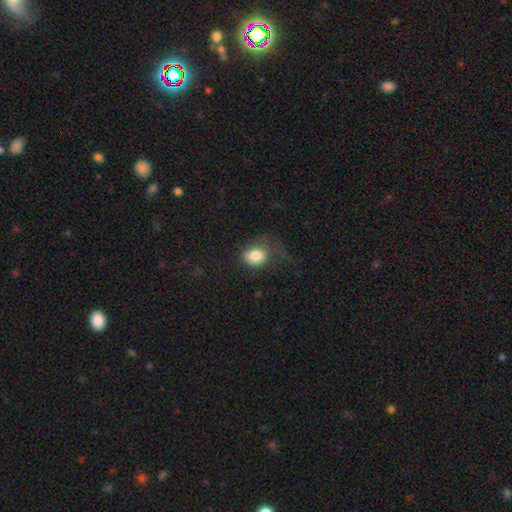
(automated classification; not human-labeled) smooth 81%, featured or disk 10%, star or artifact 9%. Down the decision tree: how rounded — in between (56%); merging — none (39%).